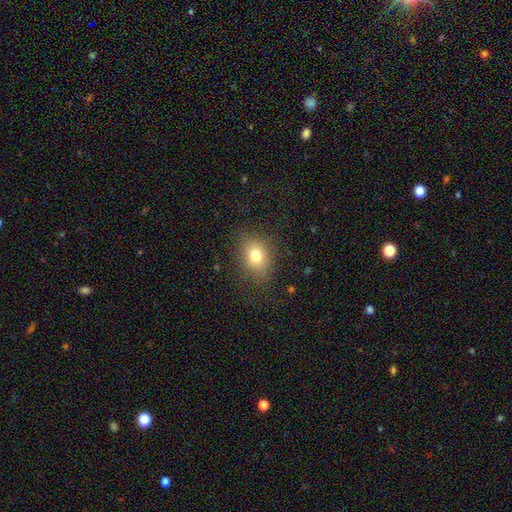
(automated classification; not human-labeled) Smooth or featured?
  - smooth: 77% *
  - star or artifact: 12%
  - featured or disk: 11%
How rounded?
  - in between: 59% *
  - round: 40%
  - cigar-shaped: 1%
Merging?
  - none: 81% *
  - minor disturbance: 12%
  - major disturbance: 6%
  - merger: 1%